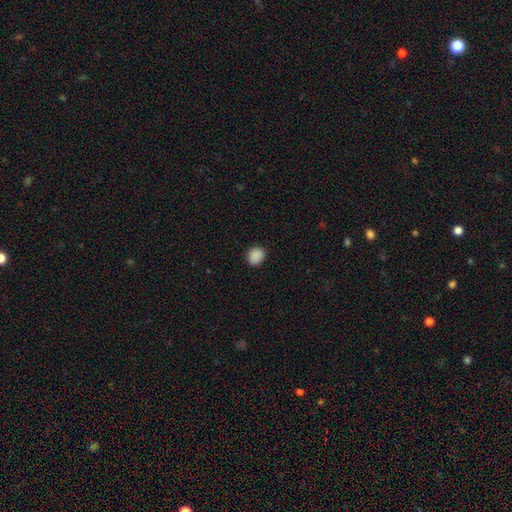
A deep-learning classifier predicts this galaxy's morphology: Smooth or featured? smooth (89%)
How rounded? round (68%)
Merging? none (88%)